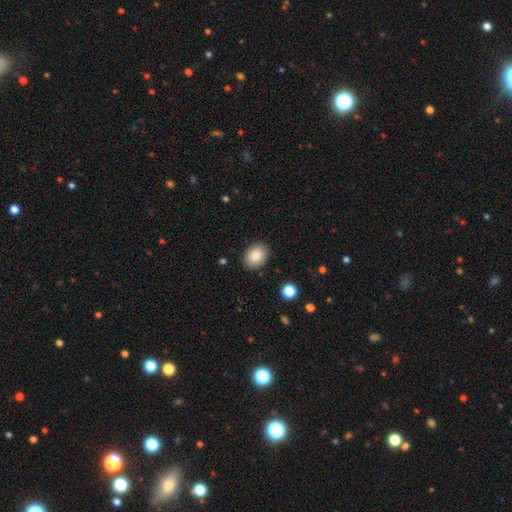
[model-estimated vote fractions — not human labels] smooth-or-featured: smooth: 87% | star or artifact: 8% | featured or disk: 5%
  how-rounded: in between: 67% | round: 32% | cigar-shaped: 1%
  merging: none: 88% | minor disturbance: 9% | major disturbance: 2% | merger: 1%